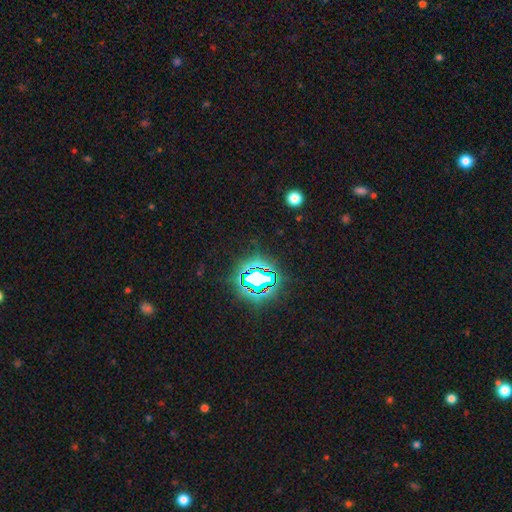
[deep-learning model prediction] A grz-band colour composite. It shows a star or artifact, not a galaxy (77%).